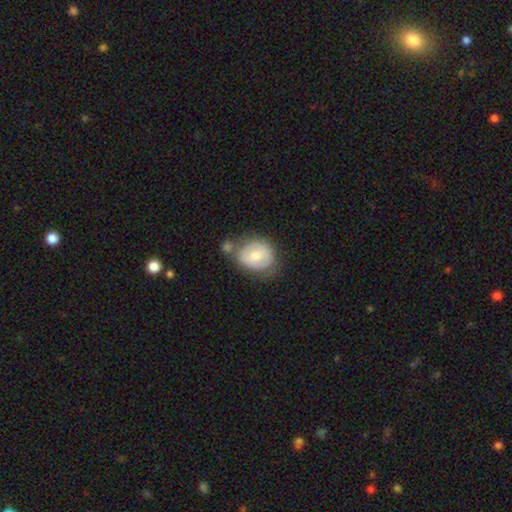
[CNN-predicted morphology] A smooth galaxy with no disk features (62%) that is round (68%).

Vote fractions:
- Smooth or featured? smooth: 62% / featured or disk: 31% / star or artifact: 7%
- How rounded? round: 68% / in between: 31% / cigar-shaped: 1%
- Merging? none: 51% / minor disturbance: 22% / merger: 18% / major disturbance: 9%